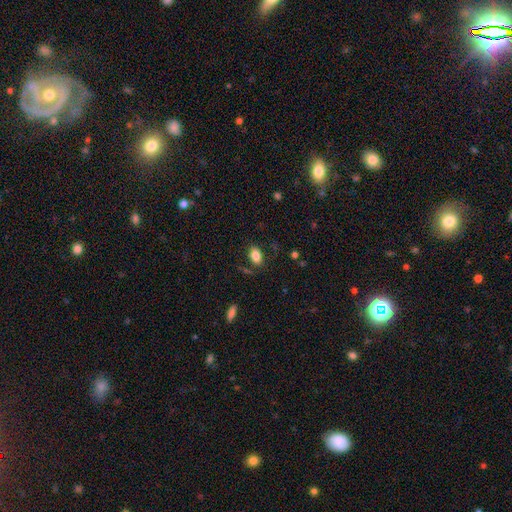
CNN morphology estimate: Smooth or featured? Predicted: smooth (p=0.84). How rounded? Predicted: in between (p=0.88). Merging? Predicted: none (p=0.81).